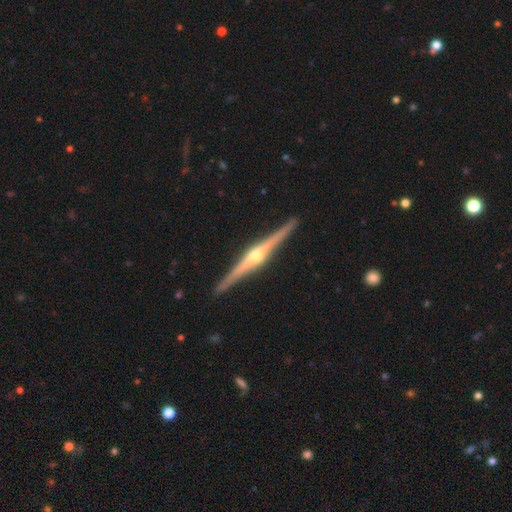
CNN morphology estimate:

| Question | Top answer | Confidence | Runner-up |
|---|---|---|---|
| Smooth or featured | featured or disk | 87% | smooth (9%) |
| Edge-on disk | yes | 99% | no (1%) |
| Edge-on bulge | rounded | 94% | boxy (4%) |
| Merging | none | 92% | minor disturbance (6%) |